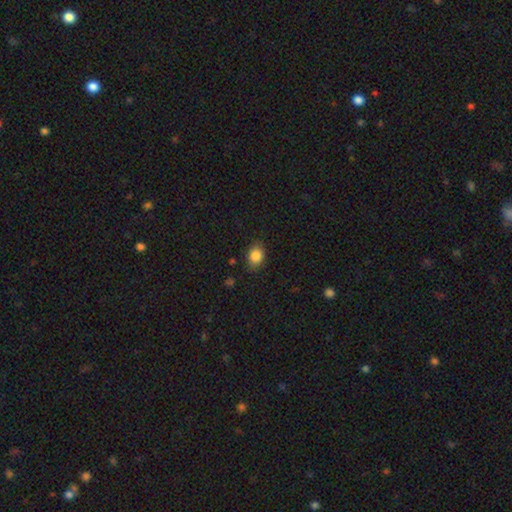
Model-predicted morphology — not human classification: type=smooth (85%); roundness=in between (62%); merging=none (84%).